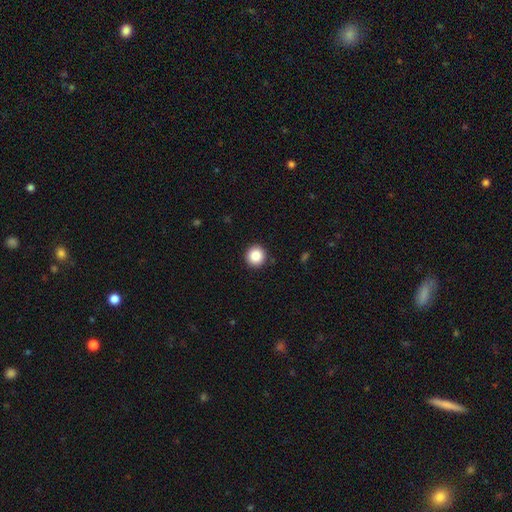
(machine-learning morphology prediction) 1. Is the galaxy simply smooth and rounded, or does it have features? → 87% smooth, 9% star or artifact, 3% featured or disk.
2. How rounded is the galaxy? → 94% round, 5% in between, 1% cigar-shaped.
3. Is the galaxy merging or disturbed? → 92% none, 5% minor disturbance, 2% major disturbance, 1% merger.